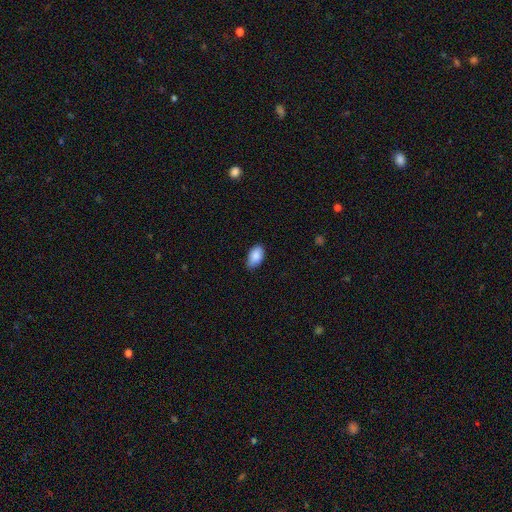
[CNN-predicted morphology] Overall: smooth (87%). How rounded: in between (94%). Merging: none (73%).